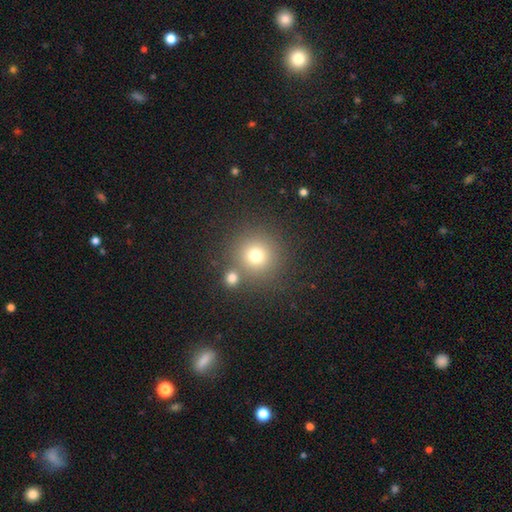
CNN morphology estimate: The model was most divided on "smooth or featured": smooth: 74%, star or artifact: 16%, featured or disk: 10%. More confident: how rounded — round (93%); merging — none (74%).